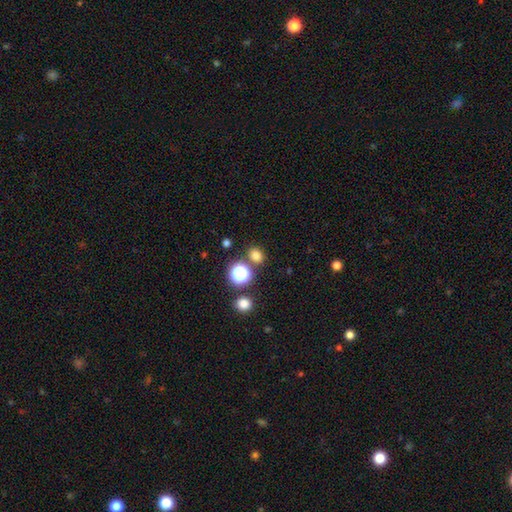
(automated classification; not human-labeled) smooth-or-featured: smooth: 75% | star or artifact: 20% | featured or disk: 5%
  how-rounded: round: 67% | in between: 32% | cigar-shaped: 1%
  merging: none: 78% | merger: 10% | minor disturbance: 9% | major disturbance: 4%